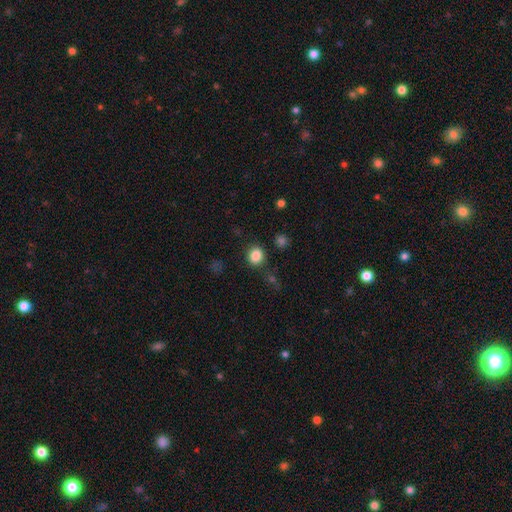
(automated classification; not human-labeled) A smooth galaxy with no disk features (85%) that is round (77%). Merging: none (83%).